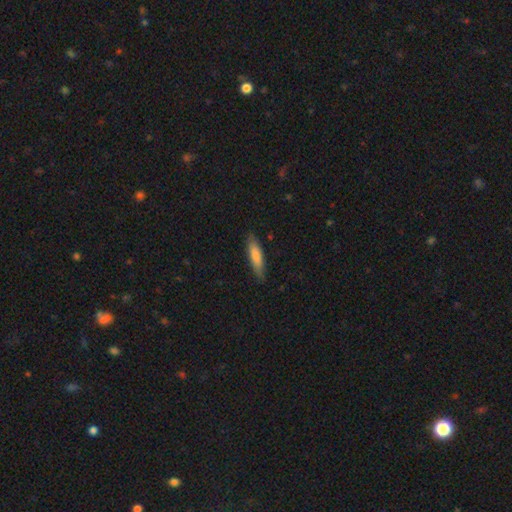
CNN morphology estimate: The model was most divided on "how rounded": cigar-shaped: 70%, in between: 29%, round: 1%. More confident: merging — none (82%); smooth or featured — smooth (79%).